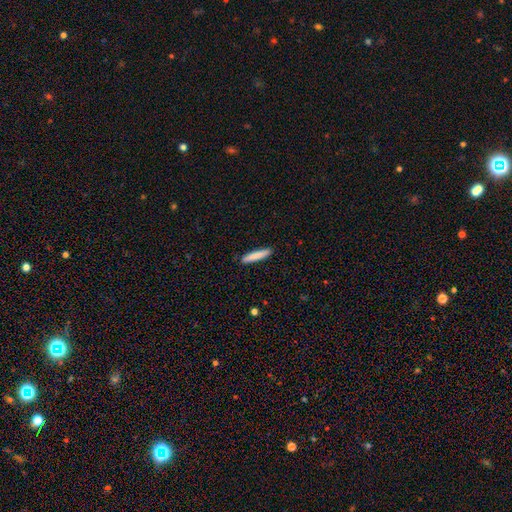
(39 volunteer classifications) Volunteers were most divided on "smooth or featured": smooth: 90%, star or artifact: 8%, featured or disk: 3%. More confident: merging — none (97%); how rounded — cigar-shaped (97%).